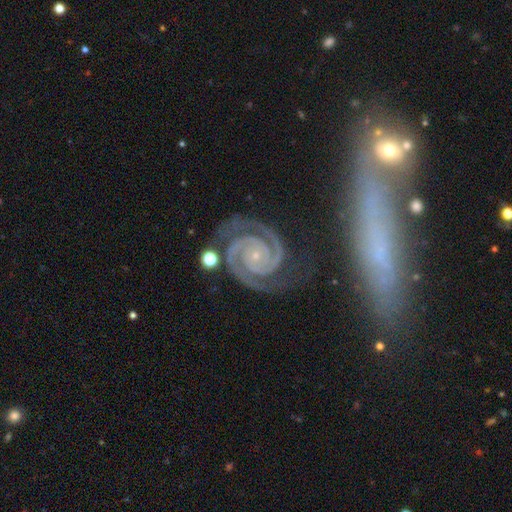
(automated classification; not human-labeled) Morphology: type=featured or disk (94%); edge-on=no (98%); bar=no (75%); spiral arms=yes (99%); winding=tight (79%); arm count=2 (87%); bulge=small (85%); merging=none (76%).